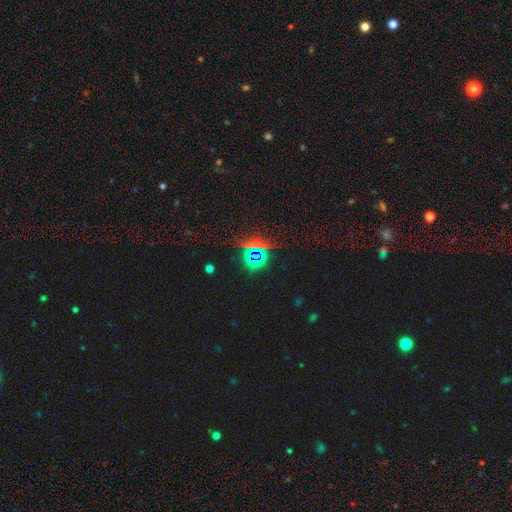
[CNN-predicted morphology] Smooth or featured? star or artifact (79%)